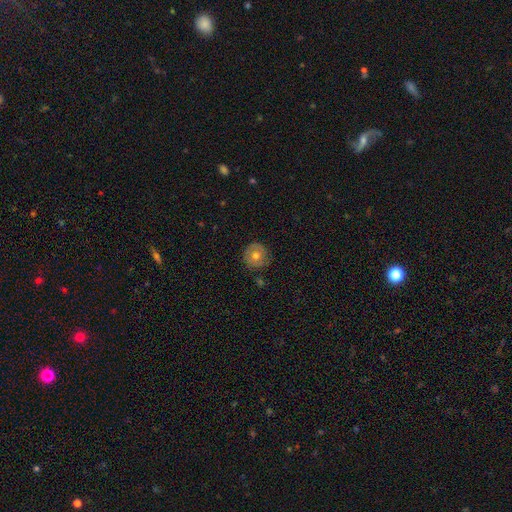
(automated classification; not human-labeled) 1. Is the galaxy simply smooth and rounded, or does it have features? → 55% smooth, 36% featured or disk, 9% star or artifact.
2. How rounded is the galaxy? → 94% round, 6% in between, 1% cigar-shaped.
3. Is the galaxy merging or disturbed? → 82% none, 13% minor disturbance, 3% major disturbance, 2% merger.